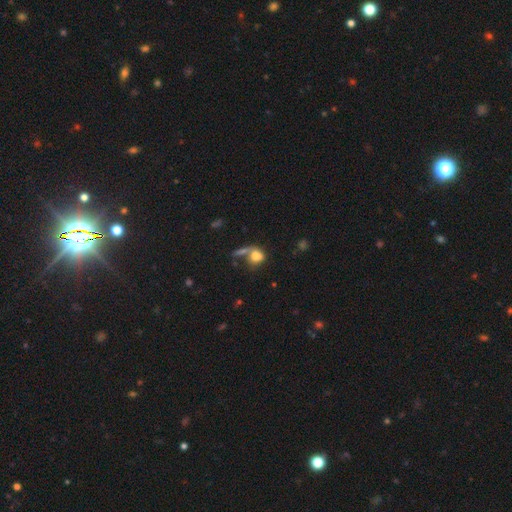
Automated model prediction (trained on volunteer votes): smooth_or_featured: smooth (p=0.72) [alt: featured or disk p=0.17]
how_rounded: round (p=0.51) [alt: in between p=0.45]
merging: none (p=0.34) [alt: merger p=0.33]